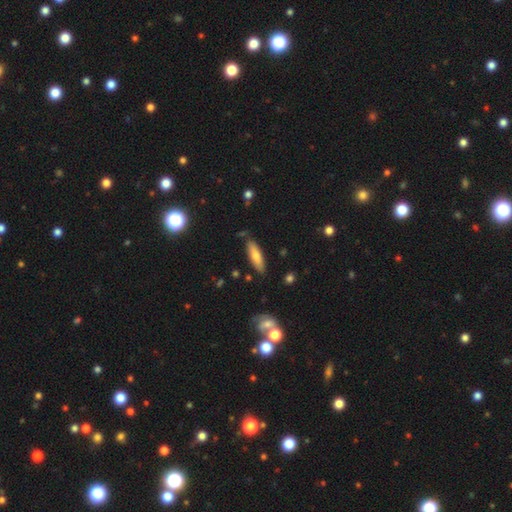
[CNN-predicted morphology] Overall: smooth (69%). How rounded: cigar-shaped (58%; in between 40%). Merging: none (83%).